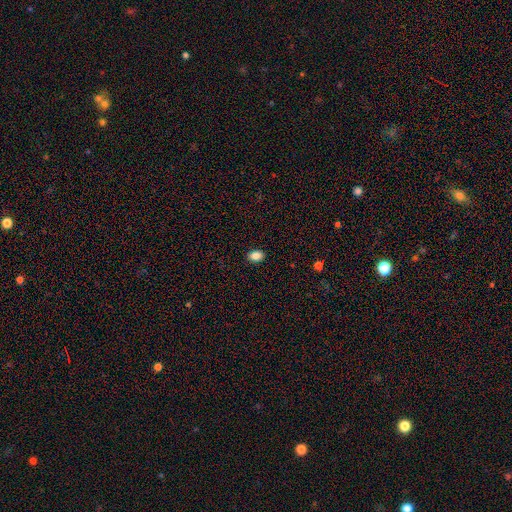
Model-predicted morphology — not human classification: This appears to be a smooth galaxy with no disk features (86%) that is in between round and cigar-shaped (78%). Merging: none (90%).